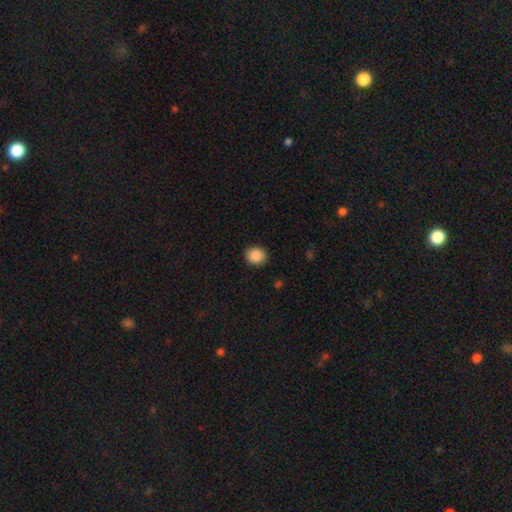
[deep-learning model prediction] Morphology: type=smooth (89%); roundness=round (76%); merging=none (89%).